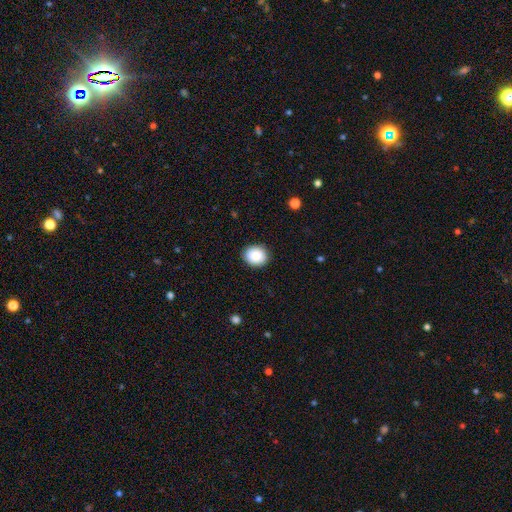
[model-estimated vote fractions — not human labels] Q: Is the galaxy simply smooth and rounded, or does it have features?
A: smooth — 89%.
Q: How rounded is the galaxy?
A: round — 70%.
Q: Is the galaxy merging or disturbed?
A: none — 90%.